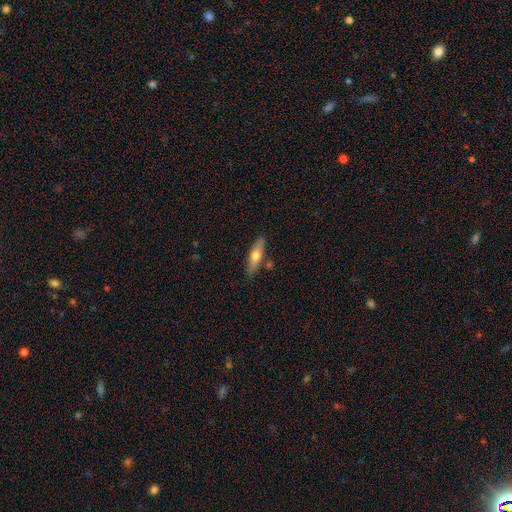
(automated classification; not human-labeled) A smooth galaxy with no disk features (58%) that is cigar-shaped (64%).

Vote fractions:
- Smooth or featured? smooth: 58% / featured or disk: 36% / star or artifact: 6%
- How rounded? cigar-shaped: 64% / in between: 33% / round: 2%
- Merging? none: 80% / minor disturbance: 12% / merger: 6% / major disturbance: 2%